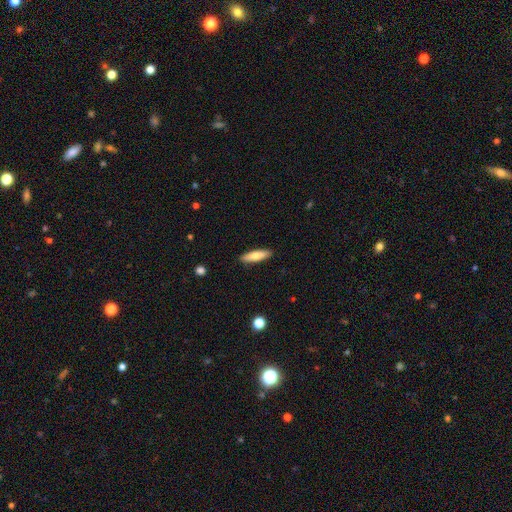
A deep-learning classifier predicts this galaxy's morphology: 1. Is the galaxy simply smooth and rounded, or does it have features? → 76% smooth, 18% featured or disk, 6% star or artifact.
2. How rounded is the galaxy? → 68% cigar-shaped, 30% in between, 2% round.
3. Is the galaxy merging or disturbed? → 90% none, 7% minor disturbance, 2% major disturbance, 1% merger.